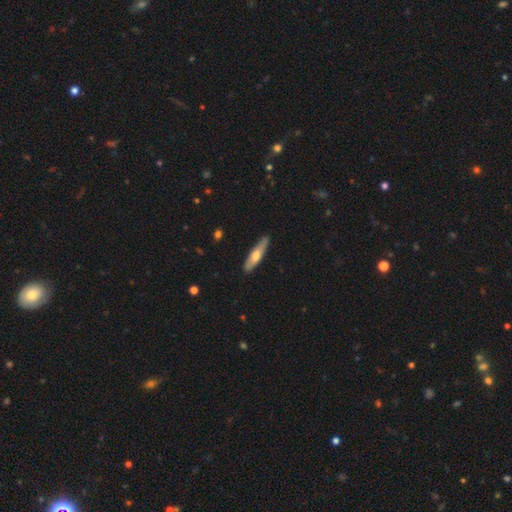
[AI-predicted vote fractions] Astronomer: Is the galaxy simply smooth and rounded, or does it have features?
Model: smooth — 54% (runner-up: featured or disk, 41%).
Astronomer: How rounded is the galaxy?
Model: cigar-shaped — 78%.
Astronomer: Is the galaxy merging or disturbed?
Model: none — 86%.